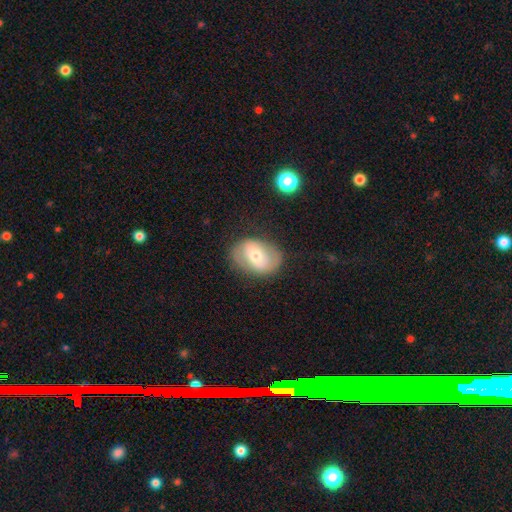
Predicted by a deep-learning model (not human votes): Smooth or featured? smooth (48%)
Merging? none (74%)